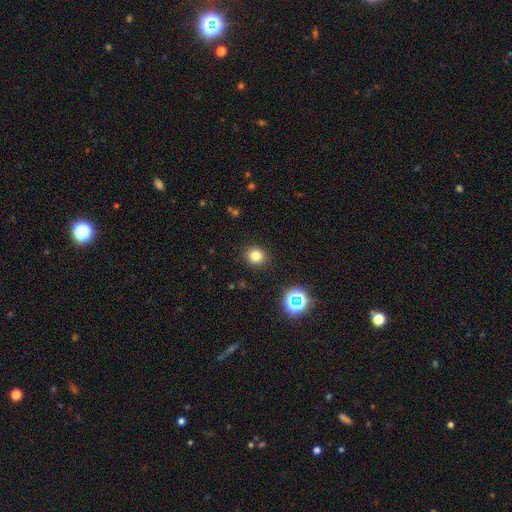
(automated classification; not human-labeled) A smooth galaxy with no disk features (78%) that is round (80%).

Vote fractions:
- Smooth or featured? smooth: 78% / star or artifact: 16% / featured or disk: 6%
- How rounded? round: 80% / in between: 19% / cigar-shaped: 1%
- Merging? none: 90% / minor disturbance: 7% / major disturbance: 2% / merger: 1%